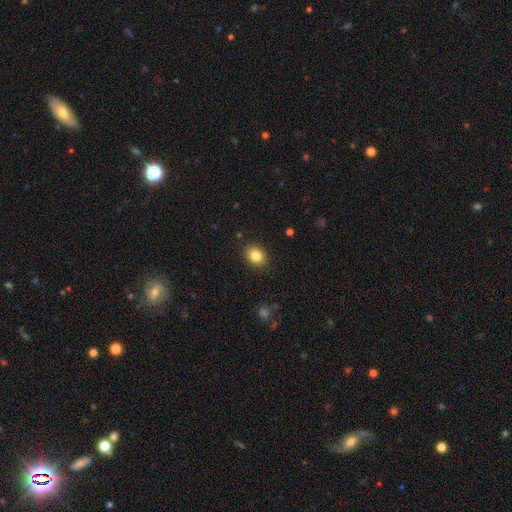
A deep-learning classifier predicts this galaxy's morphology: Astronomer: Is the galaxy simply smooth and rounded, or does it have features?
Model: smooth — 84%.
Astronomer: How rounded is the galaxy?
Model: in between — 62% (runner-up: round, 37%).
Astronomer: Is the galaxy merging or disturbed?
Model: none — 88%.